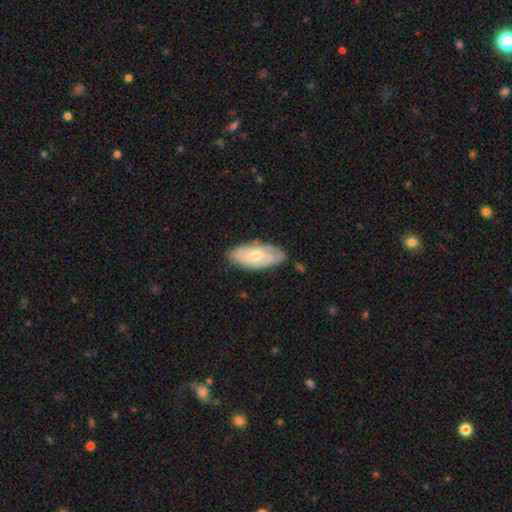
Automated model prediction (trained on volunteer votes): smooth-or-featured: featured or disk: 50% | smooth: 45% | star or artifact: 6%
  merging: none: 73% | minor disturbance: 21% | major disturbance: 4% | merger: 2%